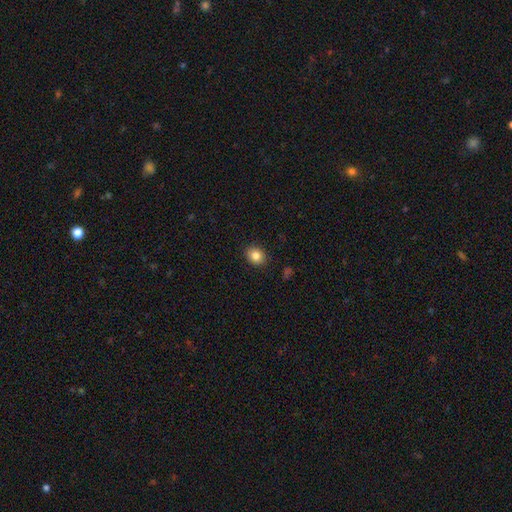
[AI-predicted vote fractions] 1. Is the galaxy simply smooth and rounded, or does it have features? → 83% smooth, 10% star or artifact, 7% featured or disk.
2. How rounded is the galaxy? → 63% round, 36% in between, 1% cigar-shaped.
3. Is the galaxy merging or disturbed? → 90% none, 7% minor disturbance, 2% major disturbance, 1% merger.